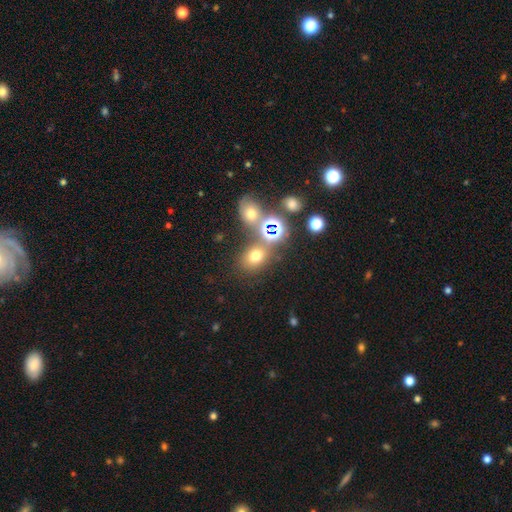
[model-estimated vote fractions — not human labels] Smooth or featured? smooth (63%)
How rounded? round (52%)
Merging? none (62%)